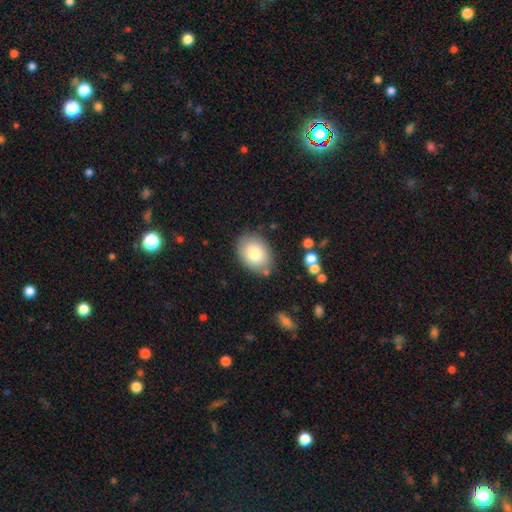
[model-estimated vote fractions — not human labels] The model was most divided on "how rounded": in between: 66%, round: 33%, cigar-shaped: 1%. More confident: merging — none (82%); smooth or featured — smooth (79%).